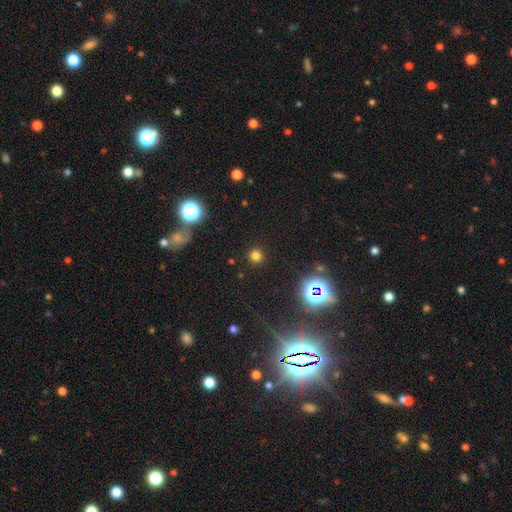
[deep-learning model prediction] This appears to be a smooth galaxy with no disk features (74%) that is round (95%). Merging: none (91%).